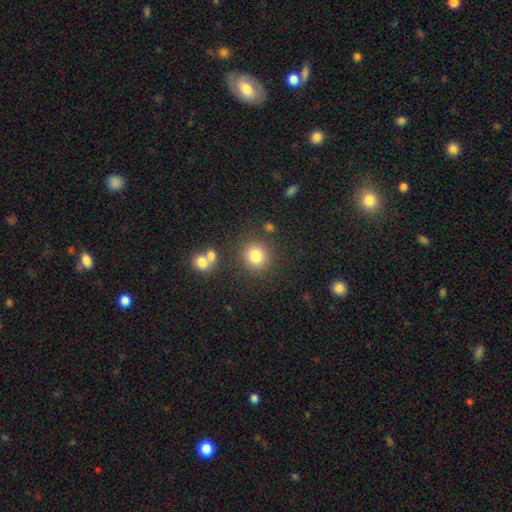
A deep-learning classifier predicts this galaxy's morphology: smooth-or-featured: smooth: 81% | star or artifact: 12% | featured or disk: 7%
  how-rounded: round: 88% | in between: 11% | cigar-shaped: 1%
  merging: none: 81% | minor disturbance: 9% | merger: 6% | major disturbance: 4%